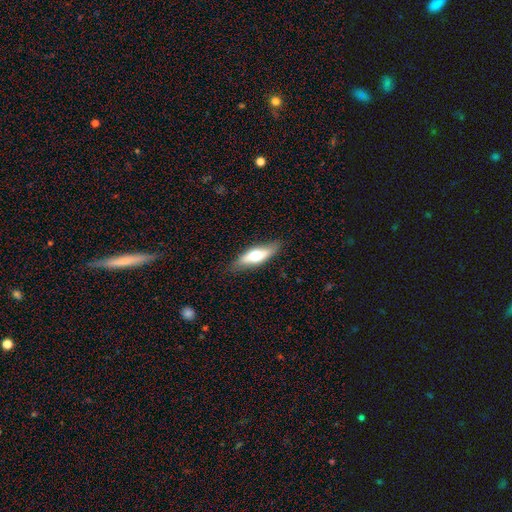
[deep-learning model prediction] Smooth or featured: smooth — 53% (featured or disk — 42%)
How rounded: in between — 54% (cigar-shaped — 43%)
Merging: none — 82% (minor disturbance — 14%)